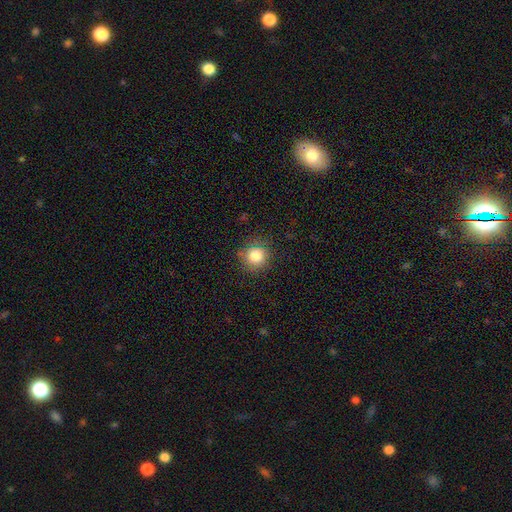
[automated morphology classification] Overall: smooth (82%). How rounded: round (92%). Merging: none (86%).